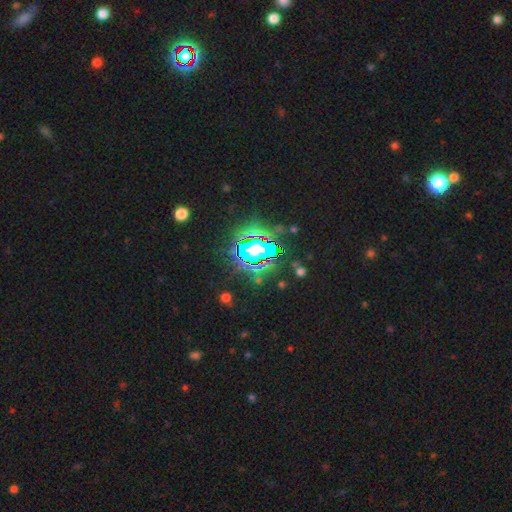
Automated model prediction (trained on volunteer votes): A star or artifact, not a galaxy (81%).

Vote fractions:
- Smooth or featured? star or artifact: 81% / smooth: 11% / featured or disk: 9%